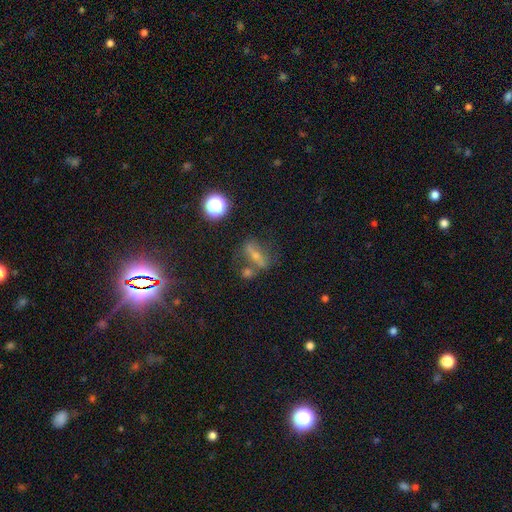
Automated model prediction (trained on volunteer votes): Q: Smooth or featured?
A: featured or disk (36%); tied with: star or artifact (36%)
Q: Merging?
A: none (56%); runner-up: merger (19%)